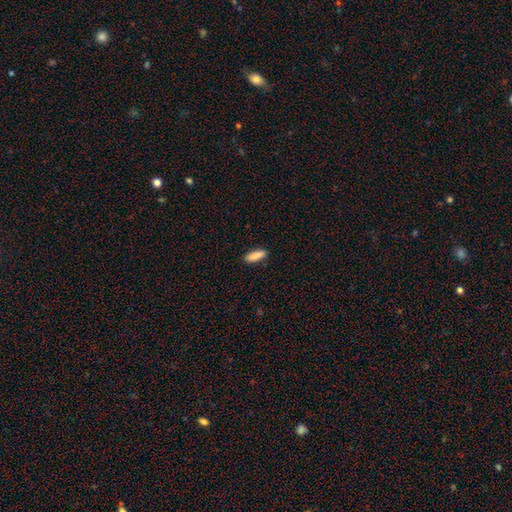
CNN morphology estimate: Smooth or featured? smooth (89%)
How rounded? in between (61%)
Merging? none (89%)